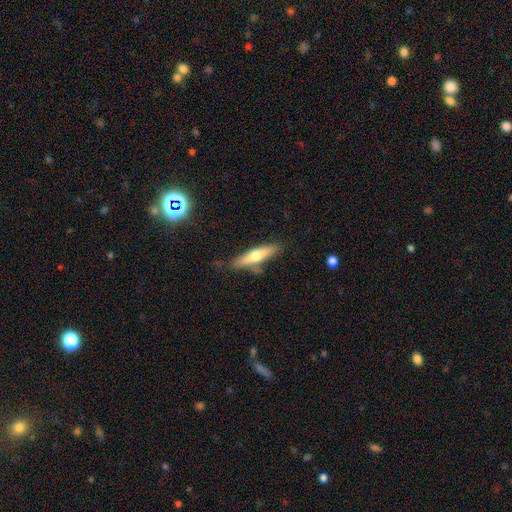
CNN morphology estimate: This is possibly a smooth galaxy (53%). How rounded: likely cigar-shaped (73%). Merging: likely none (71%).